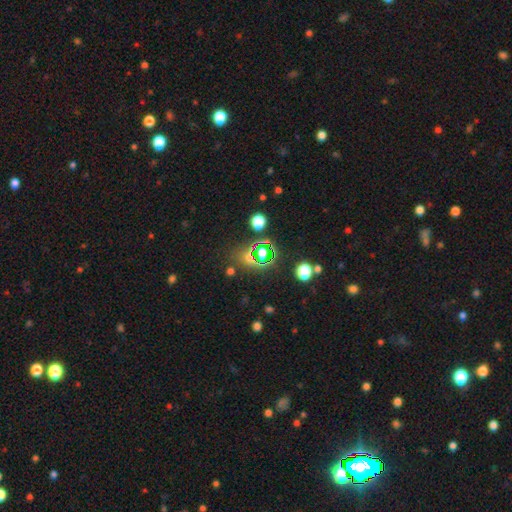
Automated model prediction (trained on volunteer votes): smooth-or-featured: star or artifact: 55% | smooth: 36% | featured or disk: 9%